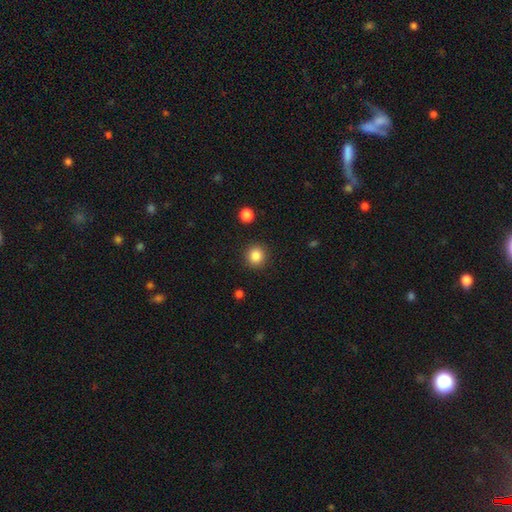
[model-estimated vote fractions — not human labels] Smooth or featured? Predicted: smooth (p=0.85). How rounded? Predicted: round (p=0.91). Merging? Predicted: none (p=0.90).